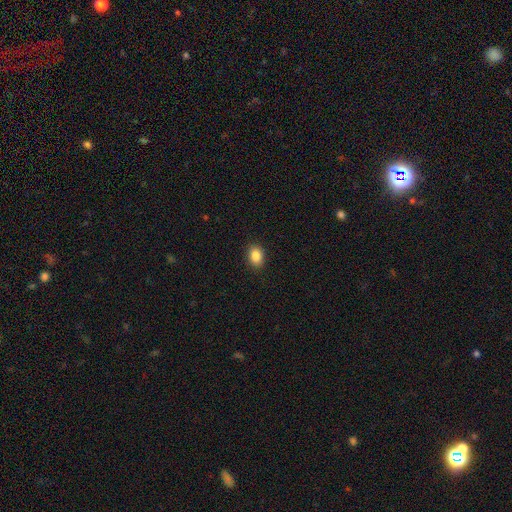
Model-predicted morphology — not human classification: The model was most divided on "how rounded": in between: 70%, round: 29%, cigar-shaped: 1%. More confident: merging — none (90%); smooth or featured — smooth (86%).